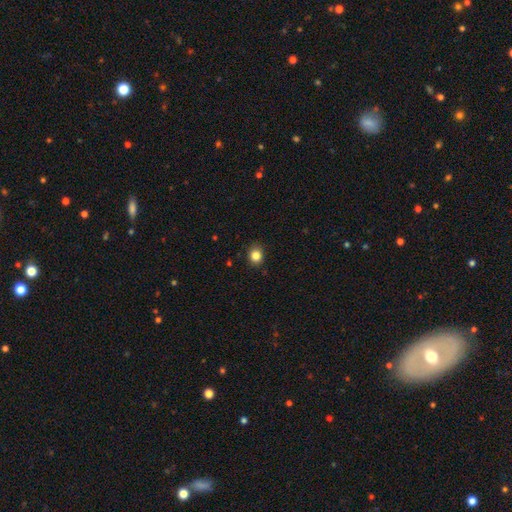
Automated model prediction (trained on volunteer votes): Smooth or featured?
  - smooth: 84% *
  - star or artifact: 11%
  - featured or disk: 5%
How rounded?
  - round: 71% *
  - in between: 28%
  - cigar-shaped: 1%
Merging?
  - none: 88% *
  - minor disturbance: 9%
  - major disturbance: 2%
  - merger: 1%